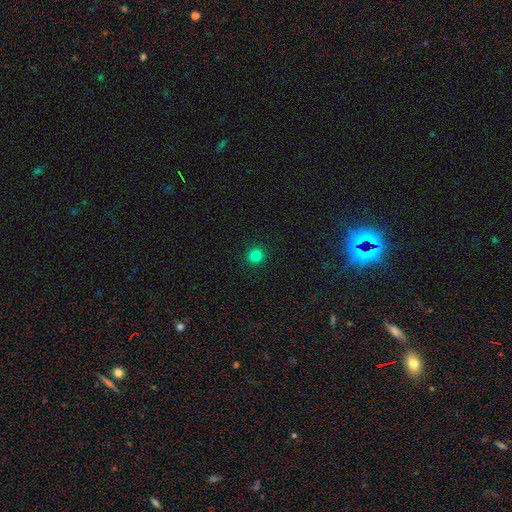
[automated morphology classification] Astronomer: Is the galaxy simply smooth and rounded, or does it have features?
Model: smooth — 82%.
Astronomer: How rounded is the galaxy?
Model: round — 93%.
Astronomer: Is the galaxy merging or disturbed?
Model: none — 92%.